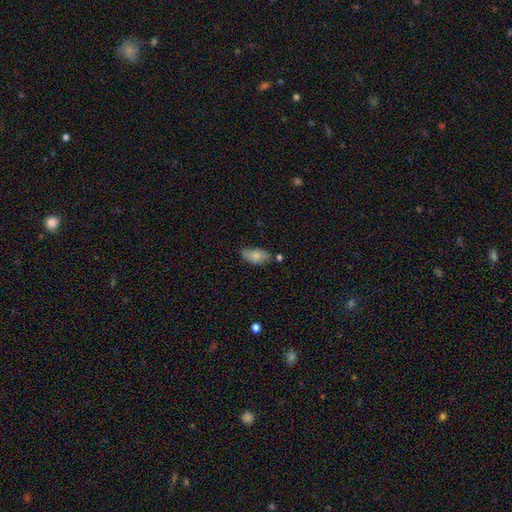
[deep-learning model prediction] smooth 77%, featured or disk 16%, star or artifact 7%. Down the decision tree: how rounded — in between (89%); merging — none (61%).